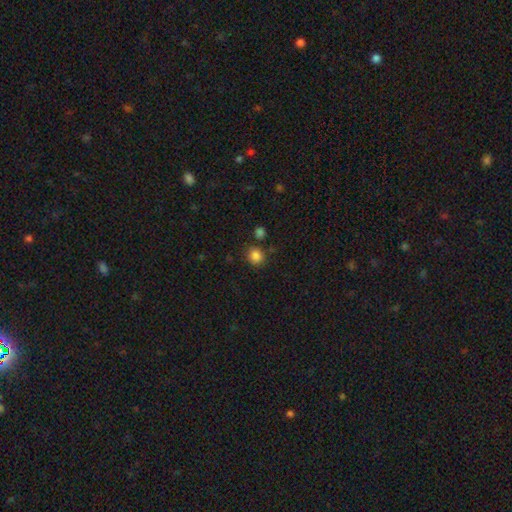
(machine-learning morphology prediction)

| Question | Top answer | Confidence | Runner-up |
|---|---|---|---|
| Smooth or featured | smooth | 85% | star or artifact (11%) |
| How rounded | round | 80% | in between (19%) |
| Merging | none | 80% | minor disturbance (11%) |